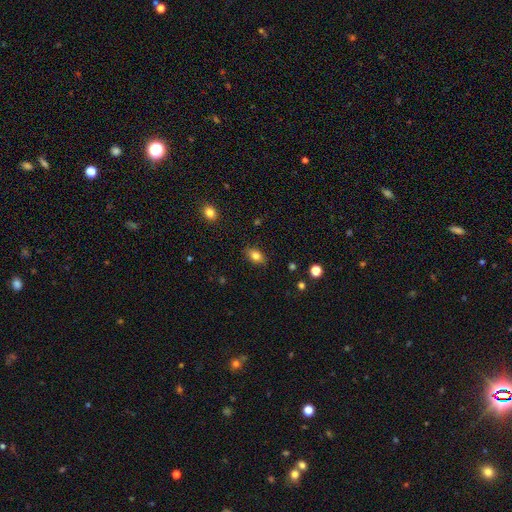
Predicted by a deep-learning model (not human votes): smooth_or_featured: smooth (p=0.80) [alt: star or artifact p=0.10]
how_rounded: in between (p=0.81) [alt: round p=0.16]
merging: none (p=0.85) [alt: minor disturbance p=0.11]